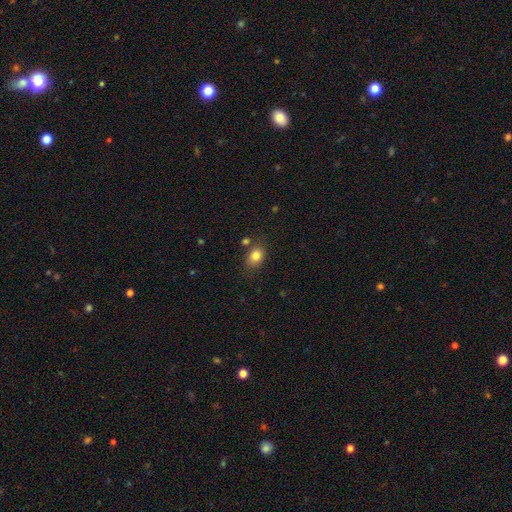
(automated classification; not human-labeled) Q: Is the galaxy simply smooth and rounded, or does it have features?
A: smooth — 82%.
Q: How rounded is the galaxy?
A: in between — 64%.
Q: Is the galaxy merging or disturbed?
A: none — 72%.